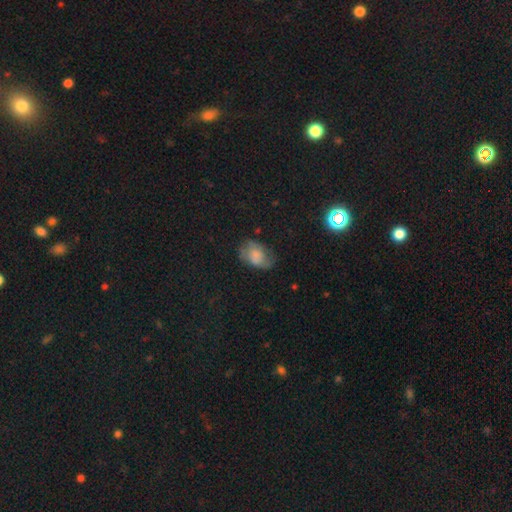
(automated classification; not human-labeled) A smooth galaxy with no disk features (57%) that is in between round and cigar-shaped (81%).

Vote fractions:
- Smooth or featured? smooth: 57% / featured or disk: 32% / star or artifact: 10%
- How rounded? in between: 81% / round: 18% / cigar-shaped: 1%
- Merging? none: 50% / minor disturbance: 30% / major disturbance: 18% / merger: 2%